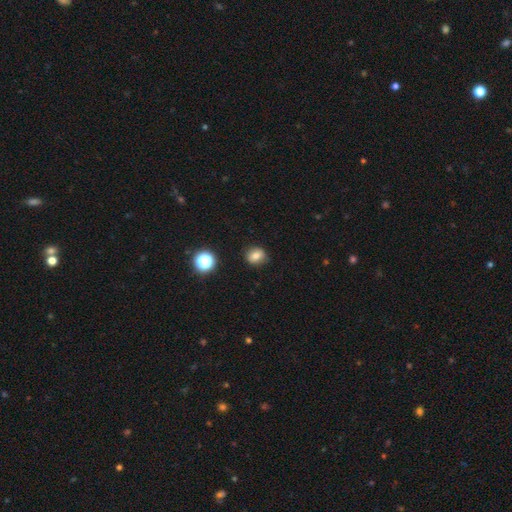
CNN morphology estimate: type=smooth (78%); roundness=round (68%); merging=none (86%).